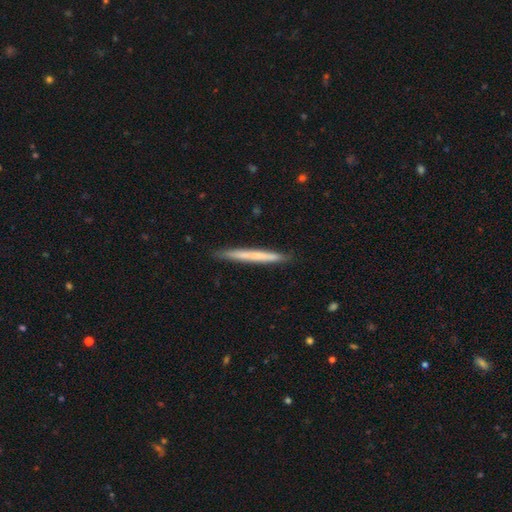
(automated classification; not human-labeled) The model was most divided on "smooth or featured": smooth: 58%, featured or disk: 36%, star or artifact: 6%. More confident: how rounded — cigar-shaped (97%); merging — none (90%).